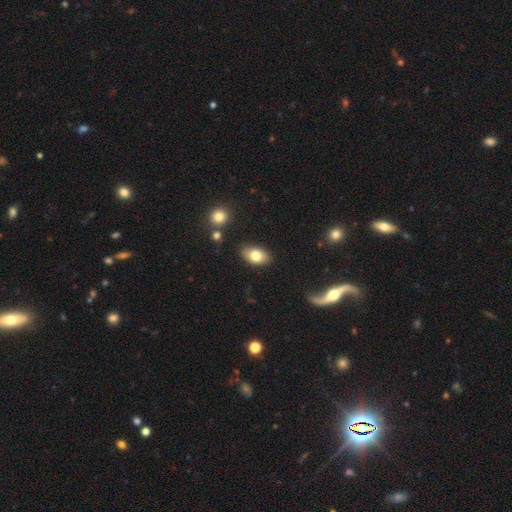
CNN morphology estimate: Overall: smooth (79%). How rounded: in between (90%). Merging: none (83%).